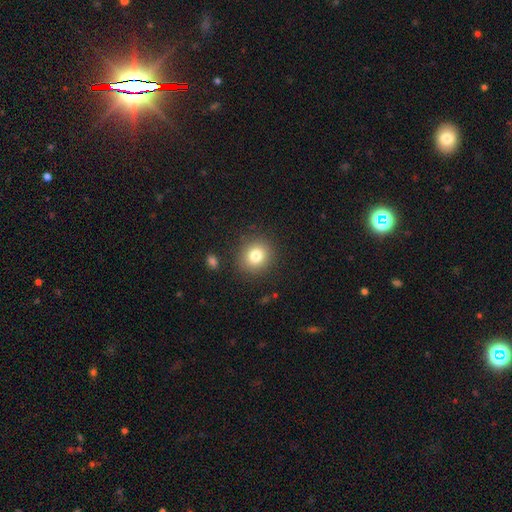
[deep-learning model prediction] This appears to be a smooth galaxy with no disk features (80%) that is round (83%). Merging: none (88%).